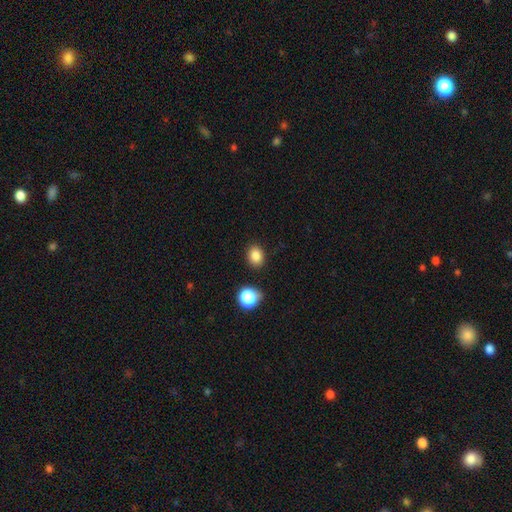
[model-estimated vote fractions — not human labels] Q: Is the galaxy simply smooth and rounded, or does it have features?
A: smooth — 83%.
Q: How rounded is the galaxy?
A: round — 50%.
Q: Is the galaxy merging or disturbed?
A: none — 86%.